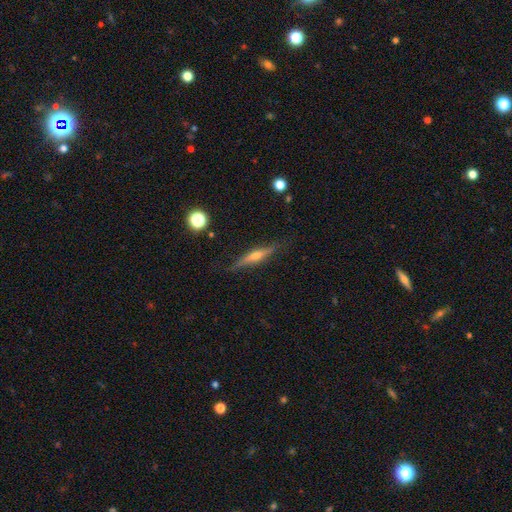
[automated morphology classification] featured or disk 65%, smooth 28%, star or artifact 7%. Down the decision tree: edge-on disk — yes (95%); edge-on bulge — rounded (82%); merging — none (81%).